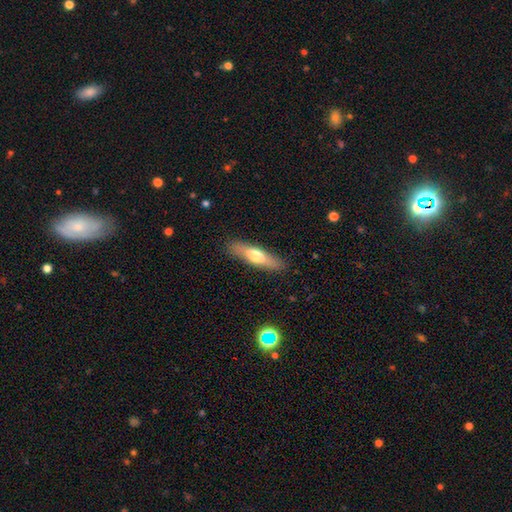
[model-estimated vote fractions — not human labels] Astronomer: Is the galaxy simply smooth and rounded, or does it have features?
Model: smooth — 59% (runner-up: featured or disk, 35%).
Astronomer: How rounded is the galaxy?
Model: cigar-shaped — 67%.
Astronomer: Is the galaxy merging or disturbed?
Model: none — 87%.